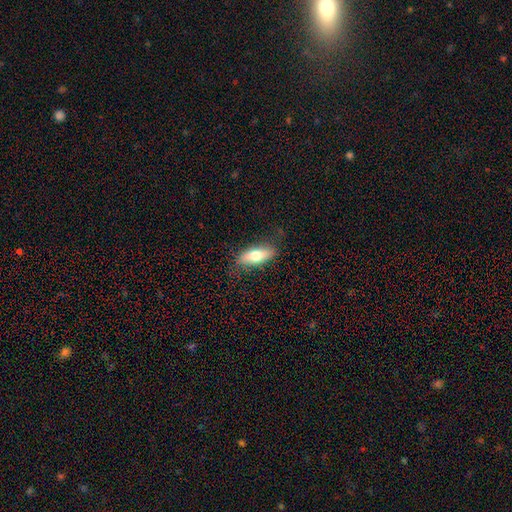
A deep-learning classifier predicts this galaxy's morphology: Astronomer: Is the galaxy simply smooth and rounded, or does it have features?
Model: smooth — 67%.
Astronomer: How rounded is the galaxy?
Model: in between — 69%.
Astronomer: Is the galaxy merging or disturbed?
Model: none — 78%.